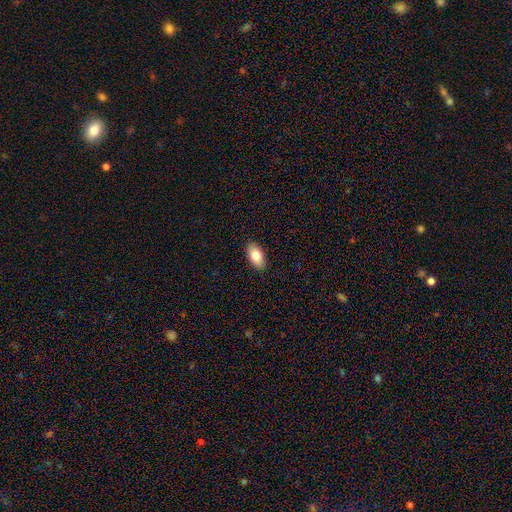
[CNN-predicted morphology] Overall: smooth (83%). How rounded: in between (94%). Merging: none (89%).